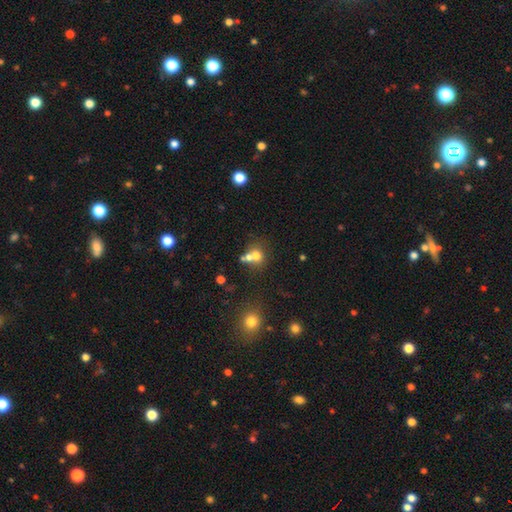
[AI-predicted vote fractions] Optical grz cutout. It shows a smooth galaxy with no disk features (68%) that is round (75%). Merging: merger (48%).